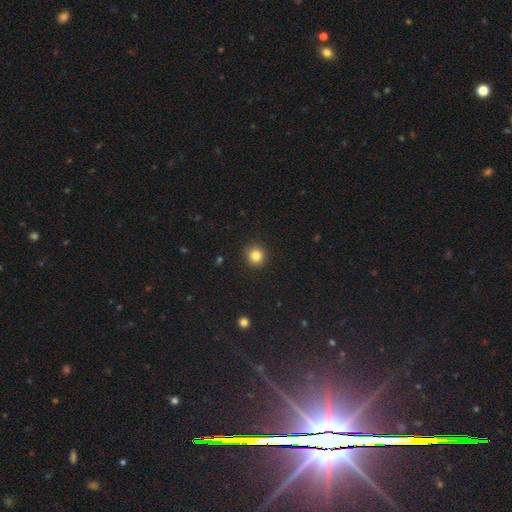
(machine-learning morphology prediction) A smooth galaxy with no disk features (84%) that is round (92%).

Vote fractions:
- Smooth or featured? smooth: 84% / star or artifact: 11% / featured or disk: 5%
- How rounded? round: 92% / in between: 7% / cigar-shaped: 1%
- Merging? none: 92% / minor disturbance: 5% / major disturbance: 2% / merger: 1%